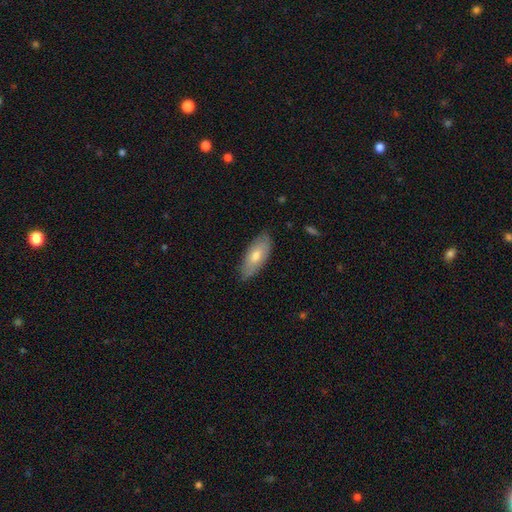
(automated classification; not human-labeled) smooth-or-featured: smooth: 67% | featured or disk: 27% | star or artifact: 6%
  how-rounded: in between: 80% | cigar-shaped: 18% | round: 2%
  merging: none: 82% | minor disturbance: 15% | major disturbance: 2% | merger: 1%